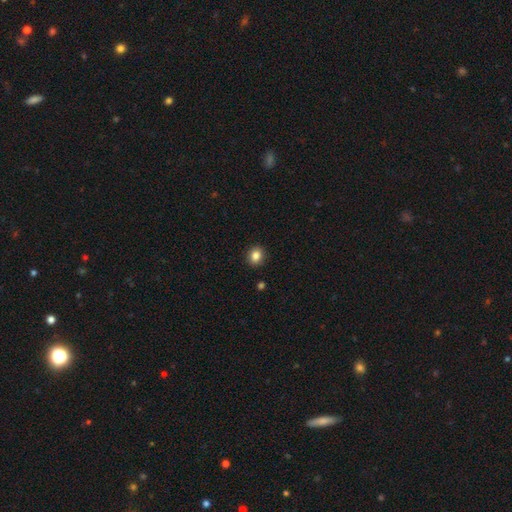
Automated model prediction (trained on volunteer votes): Morphology: type=smooth (85%); roundness=round (73%); merging=none (91%).